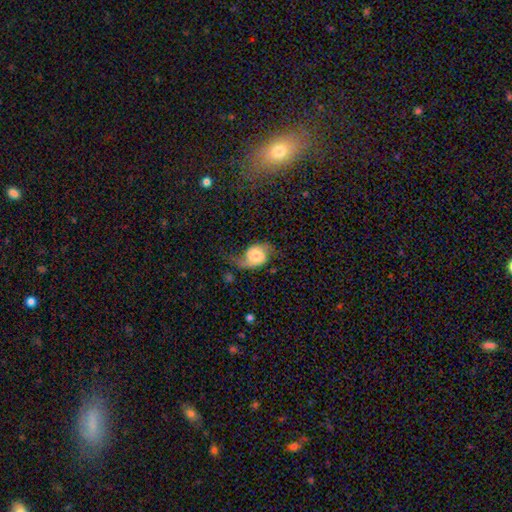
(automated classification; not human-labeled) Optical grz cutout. It shows a featured or disk galaxy (67%) with no bar (46%), 2 (77%) loose (57%) spiral arms (93%) and a moderate central bulge (34%). Merging: none (45%).